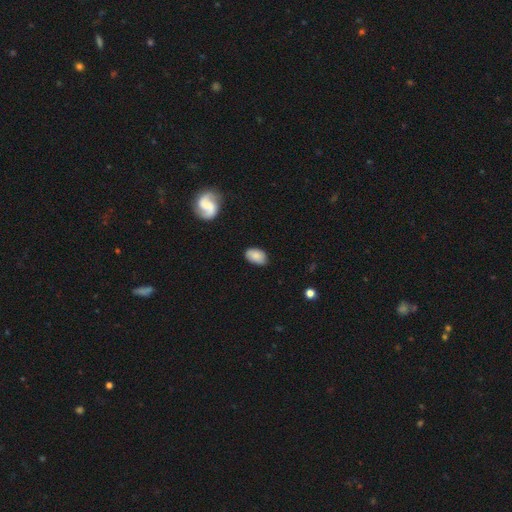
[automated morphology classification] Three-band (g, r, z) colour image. It shows a smooth galaxy with no disk features (81%) that is in between round and cigar-shaped (89%). Merging: none (80%).